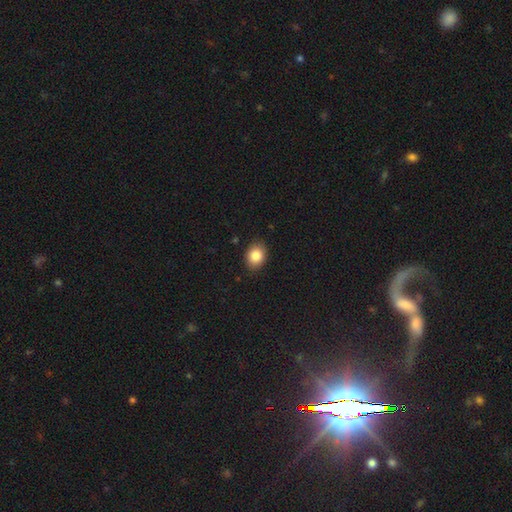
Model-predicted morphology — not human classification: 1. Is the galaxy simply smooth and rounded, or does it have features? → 85% smooth, 9% star or artifact, 6% featured or disk.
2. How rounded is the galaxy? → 61% in between, 38% round, 1% cigar-shaped.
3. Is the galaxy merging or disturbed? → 88% none, 9% minor disturbance, 2% major disturbance, 1% merger.